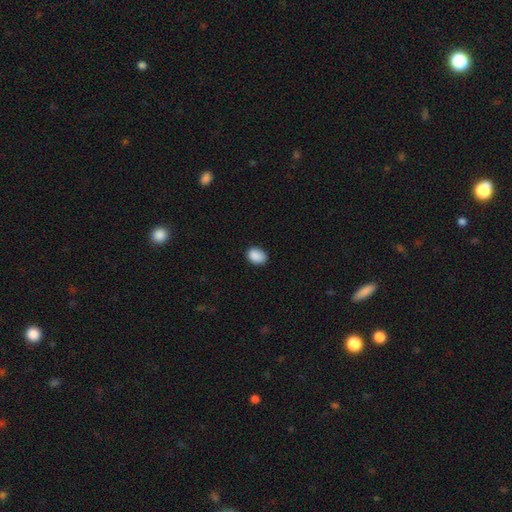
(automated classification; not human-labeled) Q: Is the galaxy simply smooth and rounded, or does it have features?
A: smooth — 90%.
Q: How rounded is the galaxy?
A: in between — 77%.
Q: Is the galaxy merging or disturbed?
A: none — 83%.